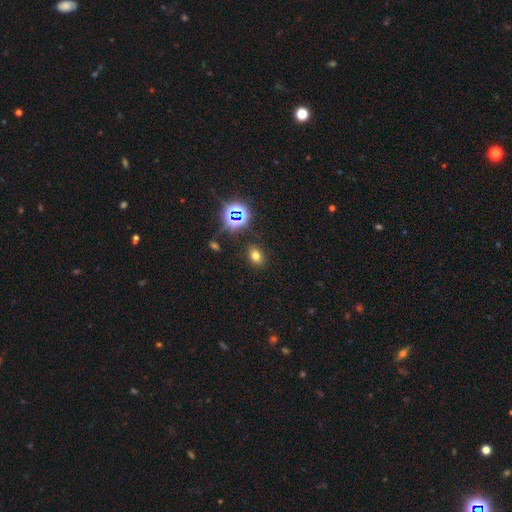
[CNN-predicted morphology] Overall: smooth (70%). How rounded: in between (65%; round 34%). Merging: none (87%).